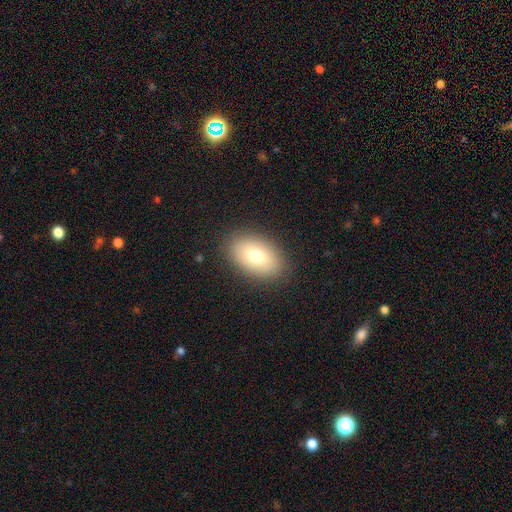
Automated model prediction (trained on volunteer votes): smooth_or_featured: smooth (p=0.73) [alt: featured or disk p=0.18]
how_rounded: in between (p=0.90) [alt: round p=0.08]
merging: none (p=0.87) [alt: minor disturbance p=0.09]